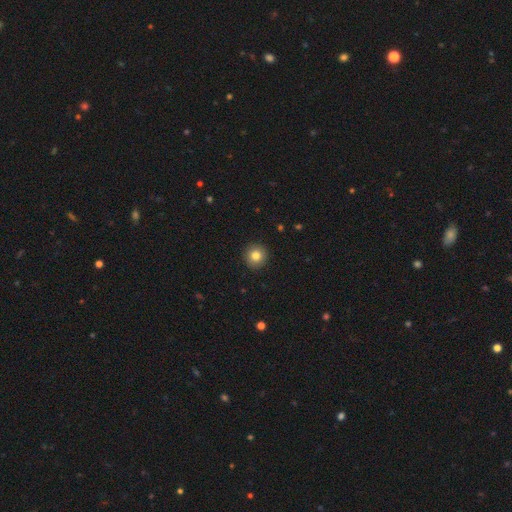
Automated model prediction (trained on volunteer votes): smooth 82%, star or artifact 10%, featured or disk 8%. Down the decision tree: how rounded — round (95%); merging — none (93%).